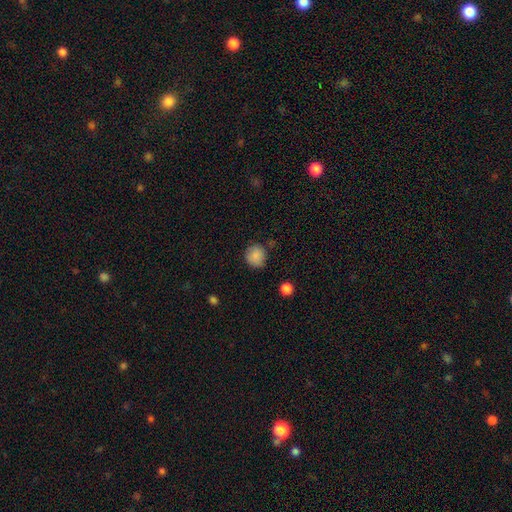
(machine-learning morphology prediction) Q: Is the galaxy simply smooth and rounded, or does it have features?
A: smooth — 86%.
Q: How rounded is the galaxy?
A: round — 88%.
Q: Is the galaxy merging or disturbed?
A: none — 78%.